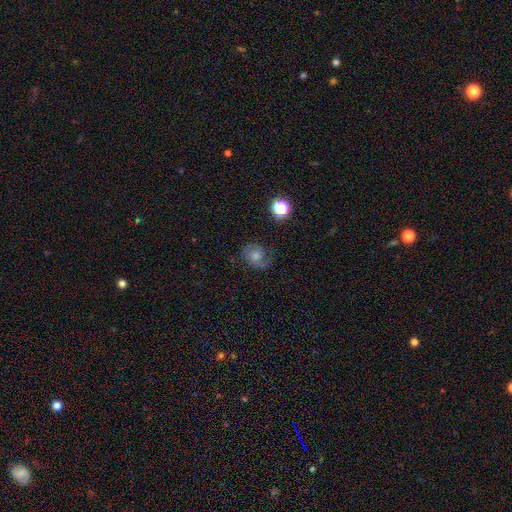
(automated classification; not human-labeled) featured or disk 65%, smooth 22%, star or artifact 13%. Down the decision tree: edge-on disk — no (97%); bar — no (75%); spiral arms — yes (91%); spiral arm count — 2 (72%); spiral winding — medium (43%); bulge size — moderate (60%); merging — none (74%).